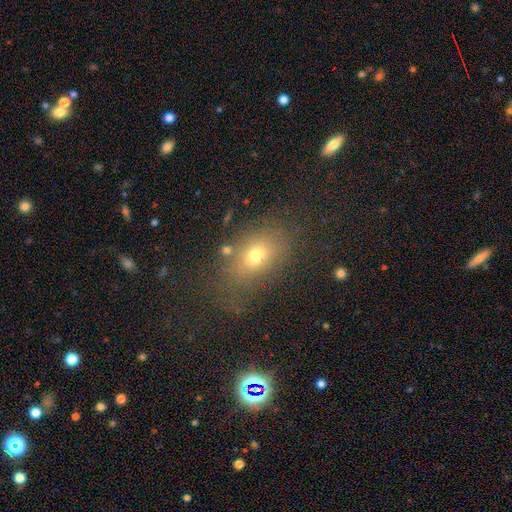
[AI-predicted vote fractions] Q: Smooth or featured?
A: smooth (68%); runner-up: star or artifact (17%)
Q: How rounded?
A: in between (74%); runner-up: round (24%)
Q: Merging?
A: none (68%); runner-up: minor disturbance (17%)